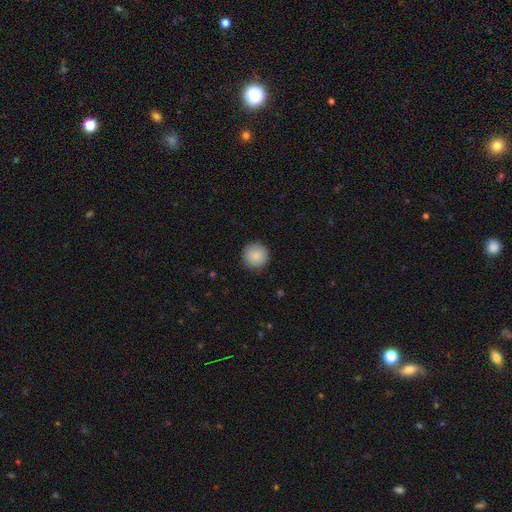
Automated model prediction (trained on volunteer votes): smooth_or_featured: smooth (p=0.89) [alt: star or artifact p=0.07]
how_rounded: round (p=0.96) [alt: in between p=0.03]
merging: none (p=0.91) [alt: minor disturbance p=0.06]